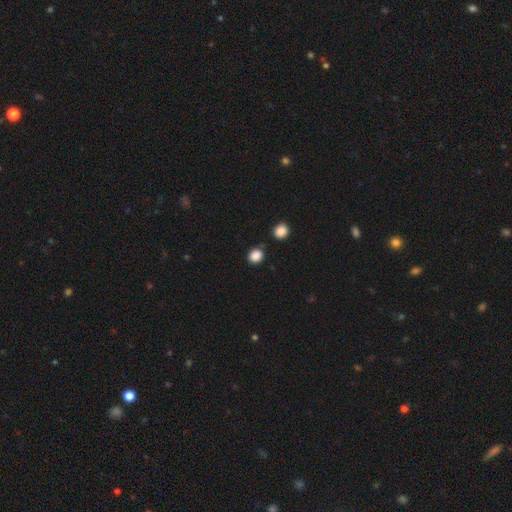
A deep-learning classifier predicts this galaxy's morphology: The model was most divided on "how rounded": round: 79%, in between: 20%, cigar-shaped: 1%. More confident: smooth or featured — smooth (86%); merging — none (79%).